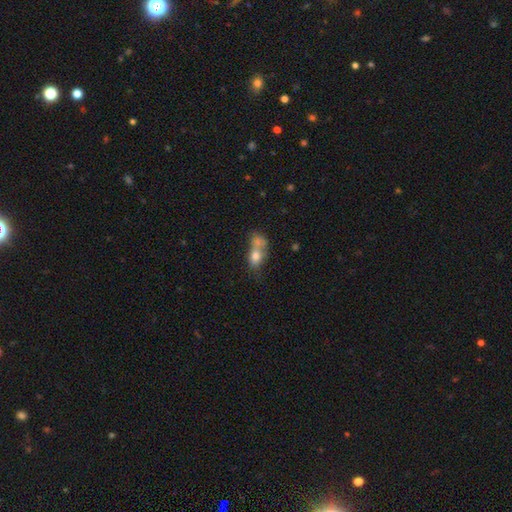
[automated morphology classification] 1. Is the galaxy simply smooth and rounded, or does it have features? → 73% smooth, 17% featured or disk, 9% star or artifact.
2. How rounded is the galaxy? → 65% in between, 31% round, 3% cigar-shaped.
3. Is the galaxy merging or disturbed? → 67% merger, 18% none, 8% minor disturbance, 6% major disturbance.